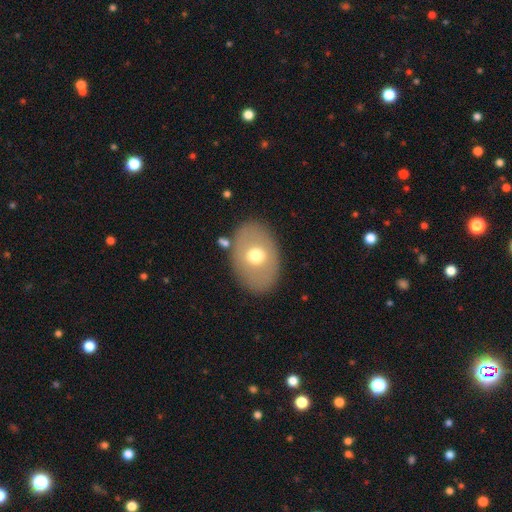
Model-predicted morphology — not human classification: The model was most divided on "smooth or featured": smooth: 59%, featured or disk: 33%, star or artifact: 7%. More confident: merging — none (83%); how rounded — in between (77%).